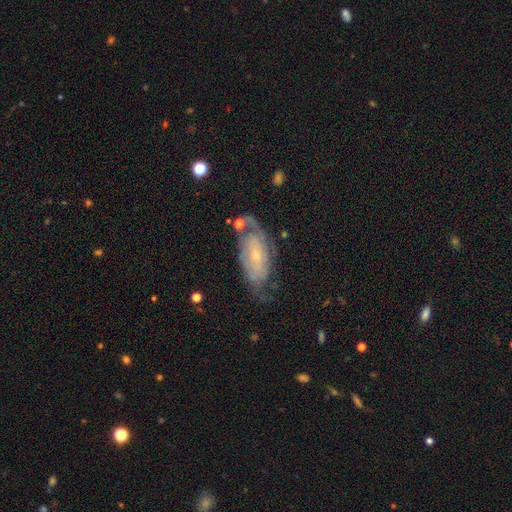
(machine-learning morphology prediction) The model was most divided on "spiral winding": tight: 48%, medium: 35%, loose: 17%. More confident: edge-on disk — no (92%); spiral arms — yes (87%); smooth or featured — featured or disk (75%); bulge size — small (73%); bar — no (68%); merging — none (56%); spiral arm count — 2 (51%).